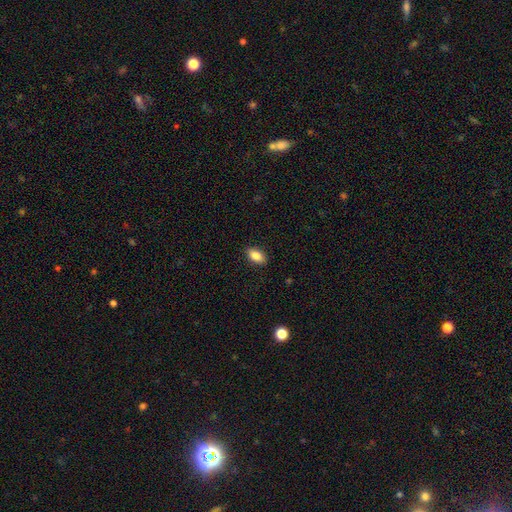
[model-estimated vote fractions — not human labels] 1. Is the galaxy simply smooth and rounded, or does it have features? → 87% smooth, 7% star or artifact, 6% featured or disk.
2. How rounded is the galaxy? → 91% in between, 5% round, 4% cigar-shaped.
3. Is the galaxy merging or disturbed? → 89% none, 8% minor disturbance, 2% major disturbance, 1% merger.